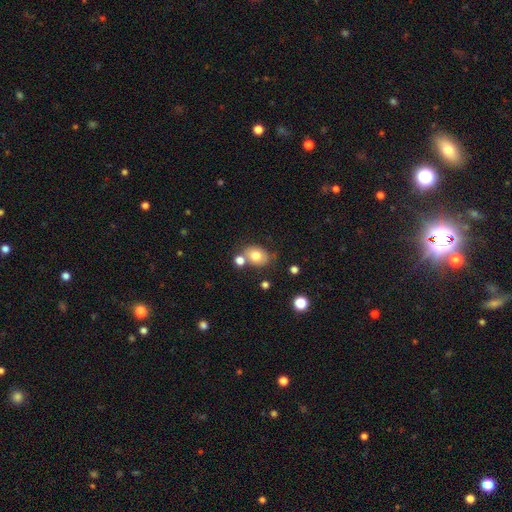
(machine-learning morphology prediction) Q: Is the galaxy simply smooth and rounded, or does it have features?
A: smooth — 76%.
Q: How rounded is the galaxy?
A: in between — 57%.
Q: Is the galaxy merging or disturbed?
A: none — 61%.